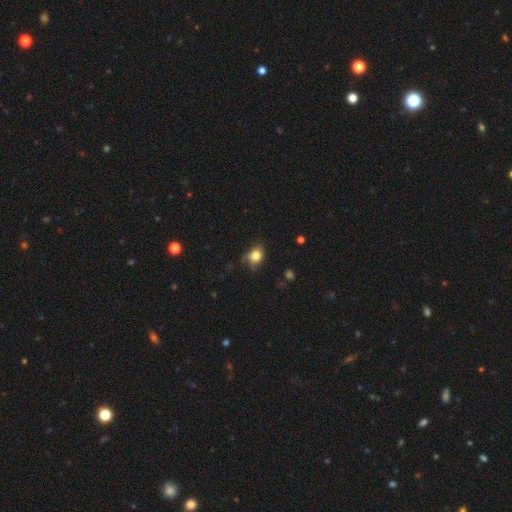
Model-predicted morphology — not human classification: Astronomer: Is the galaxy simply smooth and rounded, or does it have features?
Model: smooth — 80%.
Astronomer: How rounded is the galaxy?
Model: round — 54% (runner-up: in between, 45%).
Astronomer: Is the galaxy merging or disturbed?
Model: none — 61%.